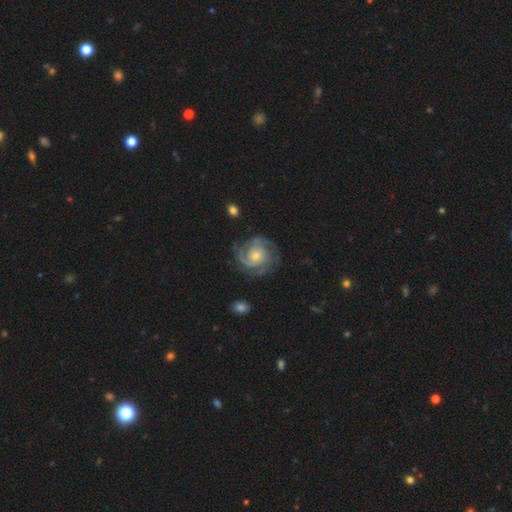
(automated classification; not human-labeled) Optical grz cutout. It shows a featured or disk galaxy (88%) with no bar (71%), 3 (41%) tight (60%) spiral arms (98%) and a small central bulge (49%). Merging: none (76%).